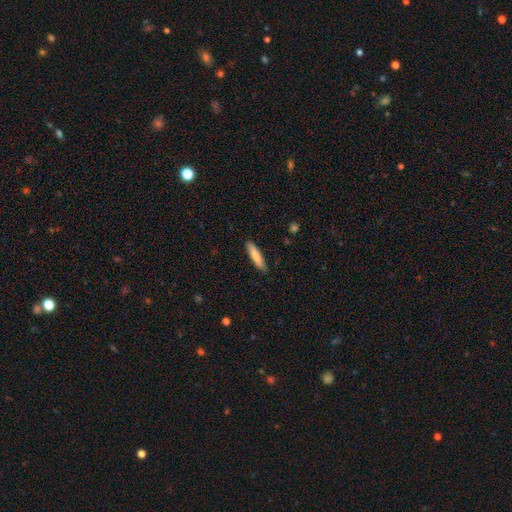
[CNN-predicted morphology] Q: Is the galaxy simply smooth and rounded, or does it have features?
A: smooth — 82%.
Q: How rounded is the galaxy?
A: cigar-shaped — 85%.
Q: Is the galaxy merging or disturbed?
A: none — 87%.